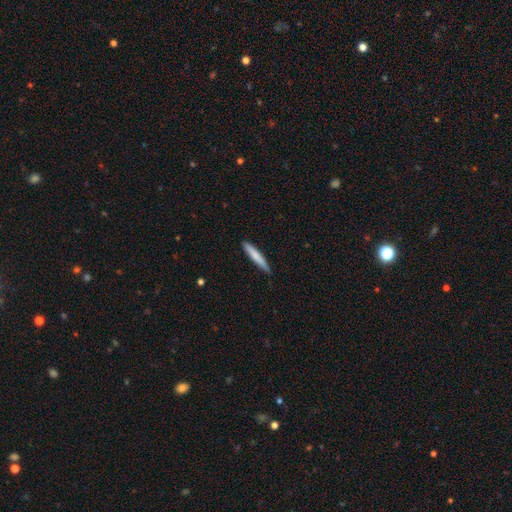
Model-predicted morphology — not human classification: Q: Smooth or featured?
A: smooth (74%); runner-up: featured or disk (21%)
Q: How rounded?
A: cigar-shaped (94%); runner-up: in between (5%)
Q: Merging?
A: none (87%); runner-up: minor disturbance (10%)